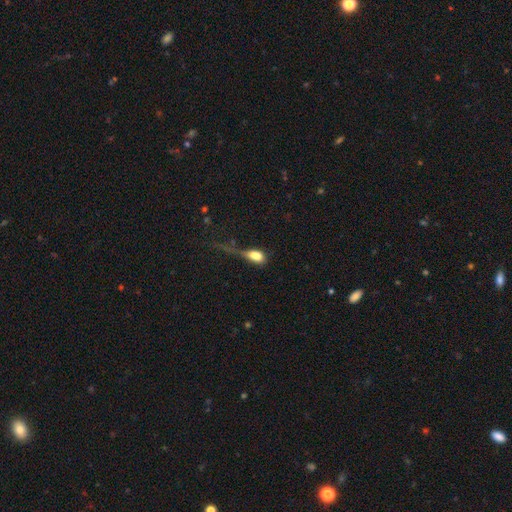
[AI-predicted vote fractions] smooth 74%, featured or disk 15%, star or artifact 11%. Down the decision tree: how rounded — in between (80%); merging — major disturbance (47%).